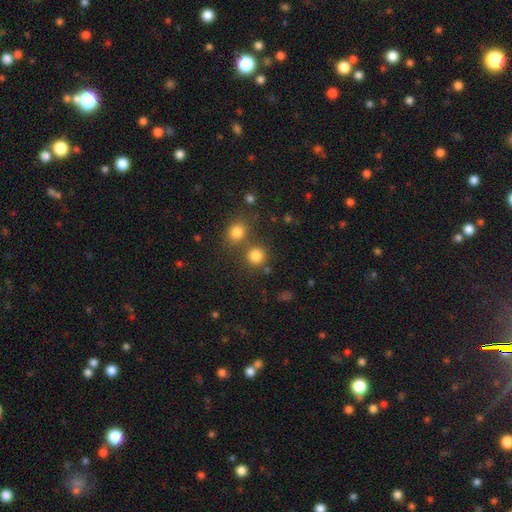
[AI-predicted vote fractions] Smooth or featured: smooth — 81% (star or artifact — 14%)
How rounded: round — 89% (in between — 10%)
Merging: none — 70% (merger — 20%)